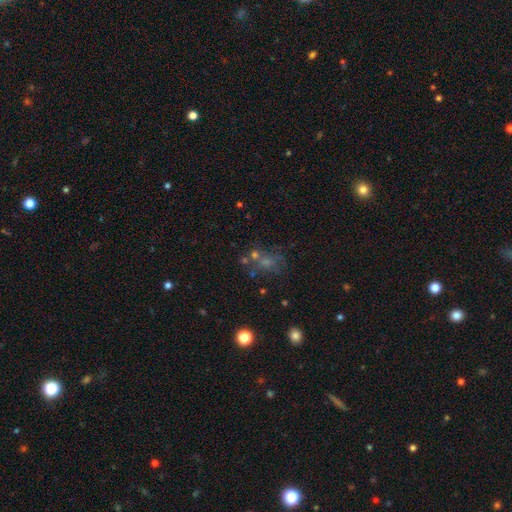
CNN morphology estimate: Smooth or featured: smooth — 38% (star or artifact — 31%)
Merging: none — 48% (merger — 21%)